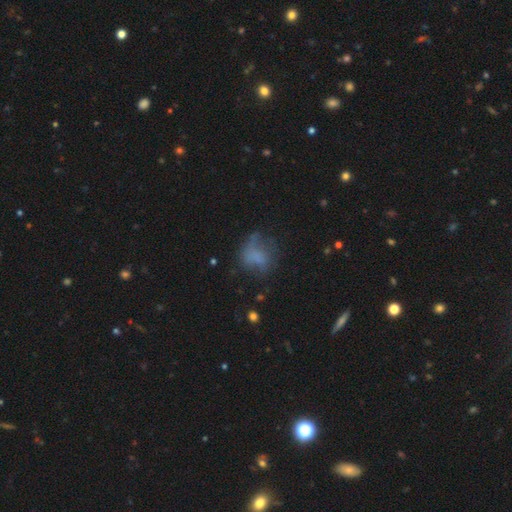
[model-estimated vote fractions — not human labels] This is possibly a smooth galaxy (54%). How rounded: possibly round (55%). Merging: marginally none (43%).